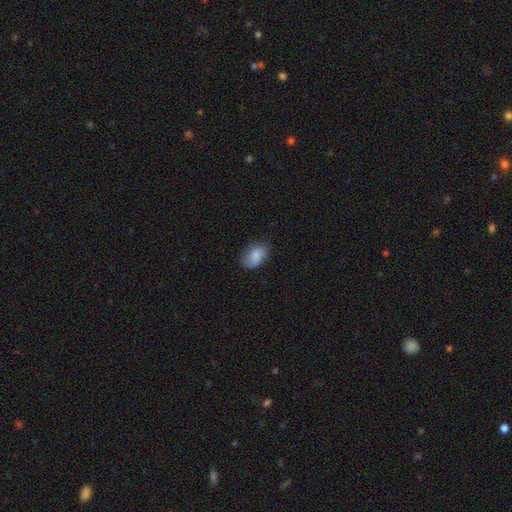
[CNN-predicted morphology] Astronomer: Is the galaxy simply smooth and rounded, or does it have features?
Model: smooth — 80%.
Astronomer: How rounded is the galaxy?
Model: in between — 82%.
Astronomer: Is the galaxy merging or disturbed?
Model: none — 69%.